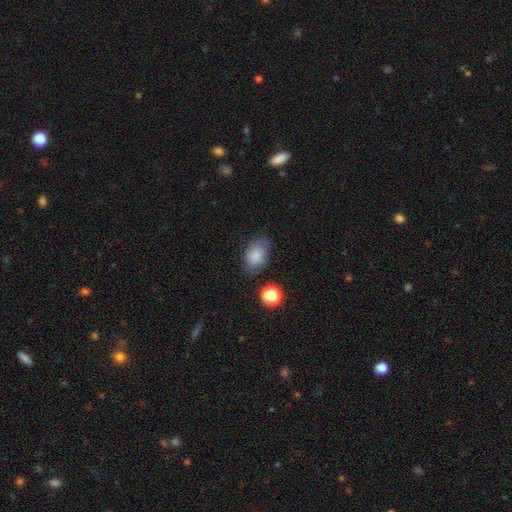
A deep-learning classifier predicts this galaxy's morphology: smooth-or-featured: smooth: 83% | star or artifact: 9% | featured or disk: 8%
  how-rounded: in between: 78% | round: 21% | cigar-shaped: 1%
  merging: none: 69% | minor disturbance: 22% | major disturbance: 6% | merger: 3%